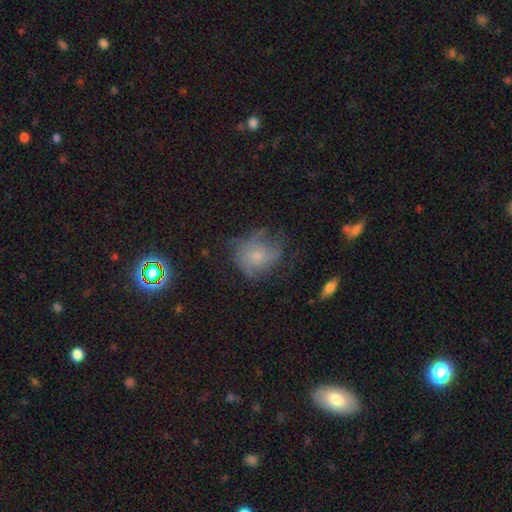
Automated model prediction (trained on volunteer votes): Overall: smooth (44%, tied with featured or disk). Merging: none (46%; minor disturbance 26%).